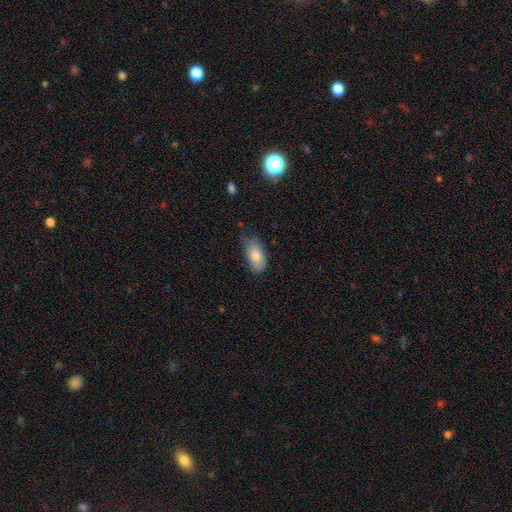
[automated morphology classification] smooth 79%, featured or disk 14%, star or artifact 7%. Down the decision tree: how rounded — in between (91%); merging — none (58%).